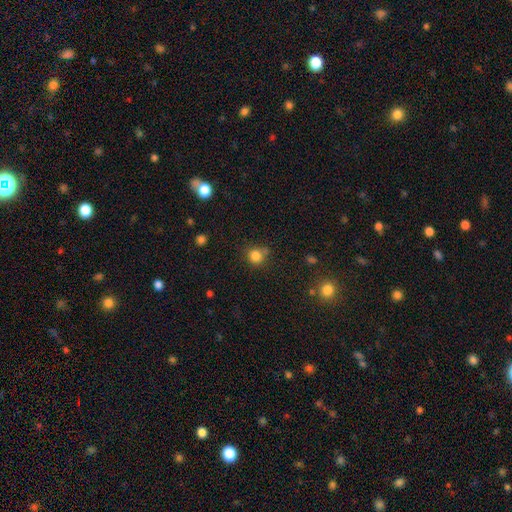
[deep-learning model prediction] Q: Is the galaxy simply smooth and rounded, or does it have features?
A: smooth — 82%.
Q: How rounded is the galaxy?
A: round — 85%.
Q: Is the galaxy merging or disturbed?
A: none — 64%.